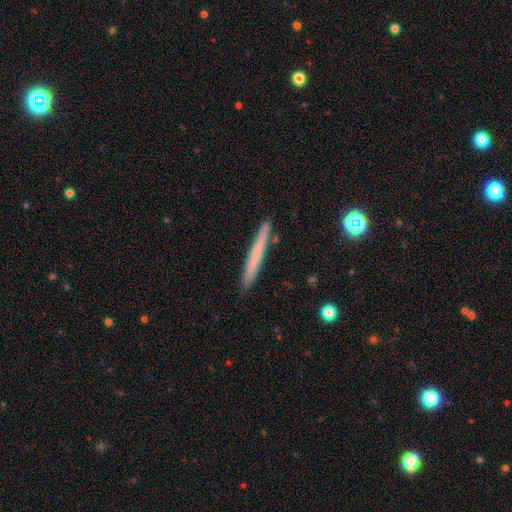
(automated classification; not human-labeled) Overall: smooth (61%; featured or disk 33%). How rounded: cigar-shaped (97%). Merging: none (90%).